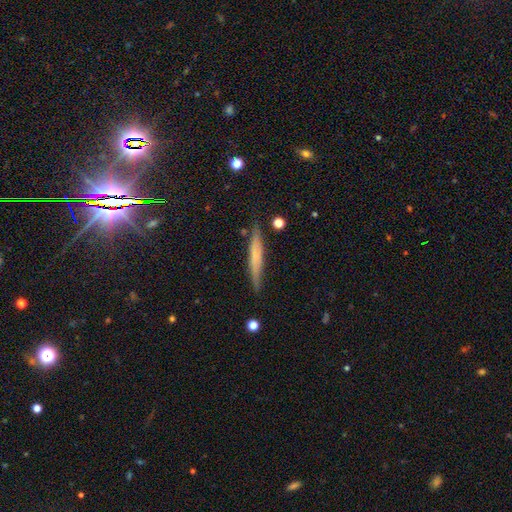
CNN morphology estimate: Smooth or featured? Predicted: smooth (p=0.52). How rounded? Predicted: cigar-shaped (p=0.94). Merging? Predicted: none (p=0.84).